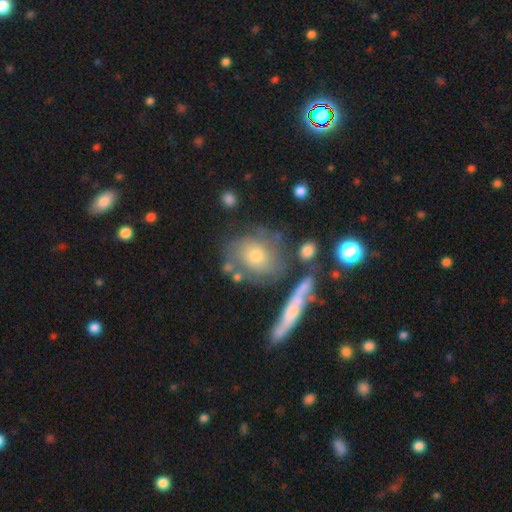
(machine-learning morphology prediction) smooth 51%, featured or disk 38%, star or artifact 12%. Down the decision tree: how rounded — round (61%); merging — none (59%).